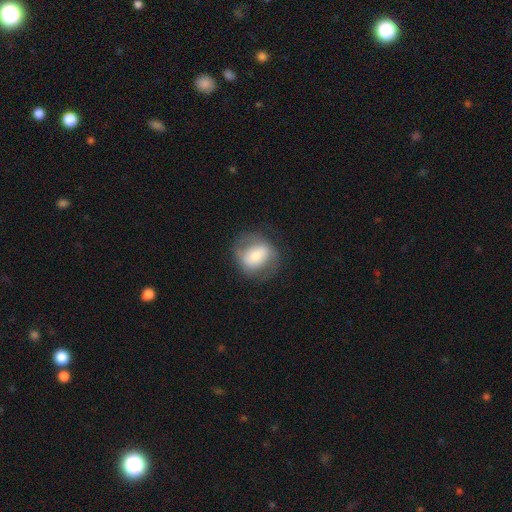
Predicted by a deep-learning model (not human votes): Overall: smooth (49%; featured or disk 43%). Merging: none (70%).